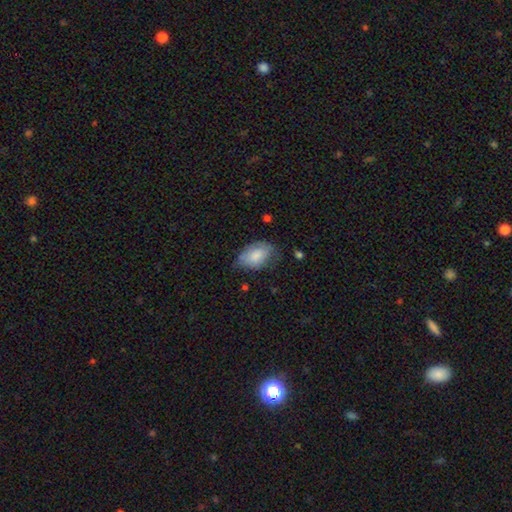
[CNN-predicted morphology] Smooth or featured? smooth (80%)
How rounded? in between (90%)
Merging? none (54%)